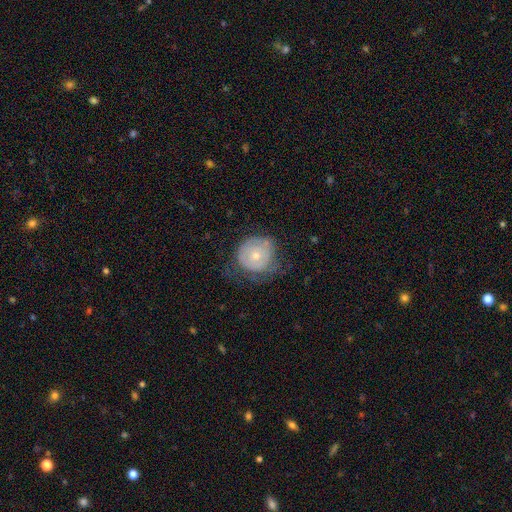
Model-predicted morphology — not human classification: Smooth or featured: smooth — 51% (featured or disk — 42%)
How rounded: round — 87% (in between — 12%)
Merging: none — 49% (minor disturbance — 31%)